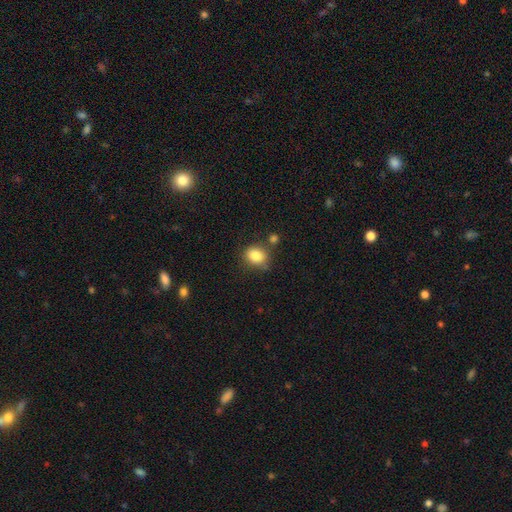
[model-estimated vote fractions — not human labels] Q: Smooth or featured?
A: smooth (84%); runner-up: star or artifact (9%)
Q: How rounded?
A: round (59%); runner-up: in between (40%)
Q: Merging?
A: none (68%); runner-up: minor disturbance (18%)